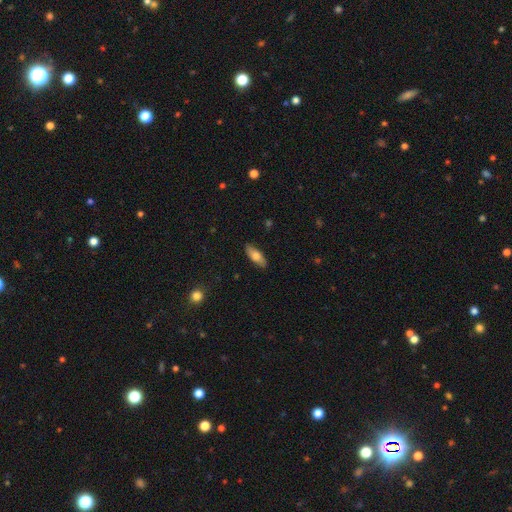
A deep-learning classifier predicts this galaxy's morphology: Smooth or featured? Predicted: smooth (p=0.71). How rounded? Predicted: in between (p=0.67). Merging? Predicted: none (p=0.87).